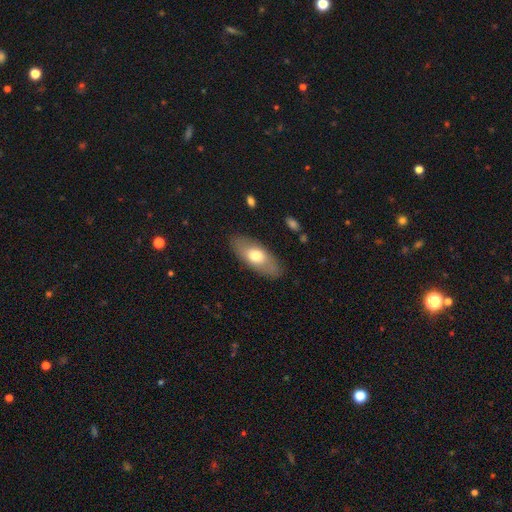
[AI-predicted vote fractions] Smooth or featured? Predicted: smooth (p=0.65). How rounded? Predicted: in between (p=0.84). Merging? Predicted: none (p=0.85).